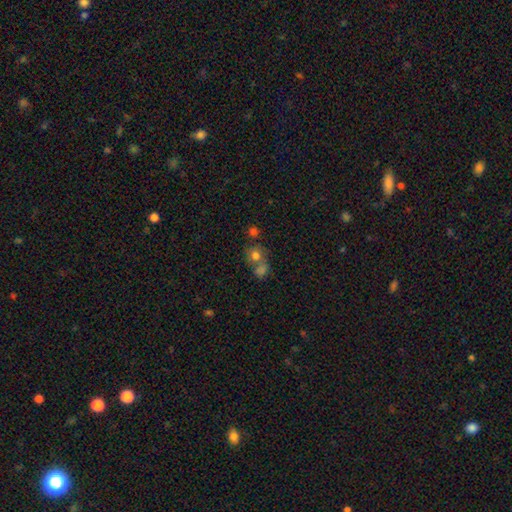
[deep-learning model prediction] The model was most divided on "merging": merger: 46%, none: 40%, minor disturbance: 9%, major disturbance: 5%. More confident: how rounded — round (76%); smooth or featured — smooth (73%).